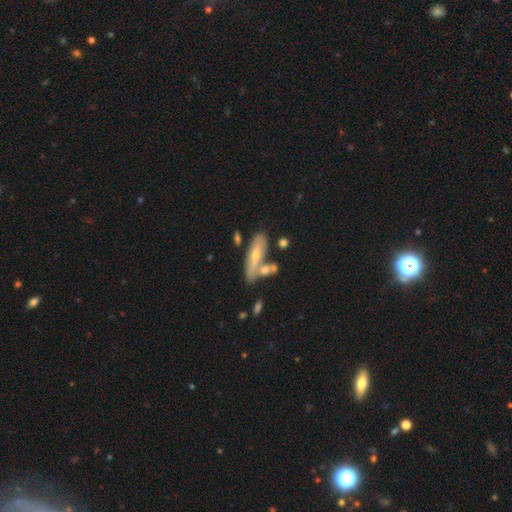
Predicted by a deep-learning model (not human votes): Morphology: type=featured or disk (53%); edge-on=no (55%); merging=none (53%).